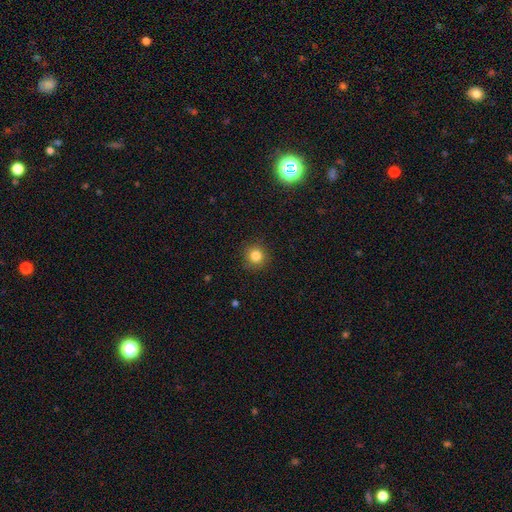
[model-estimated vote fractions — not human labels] smooth 83%, star or artifact 12%, featured or disk 5%. Down the decision tree: how rounded — round (93%); merging — none (90%).